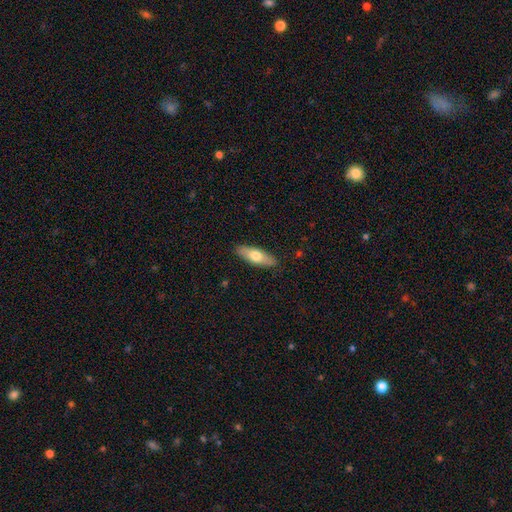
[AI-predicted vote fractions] A smooth galaxy with no disk features (65%) that is in between round and cigar-shaped (61%). Merging: none (88%).